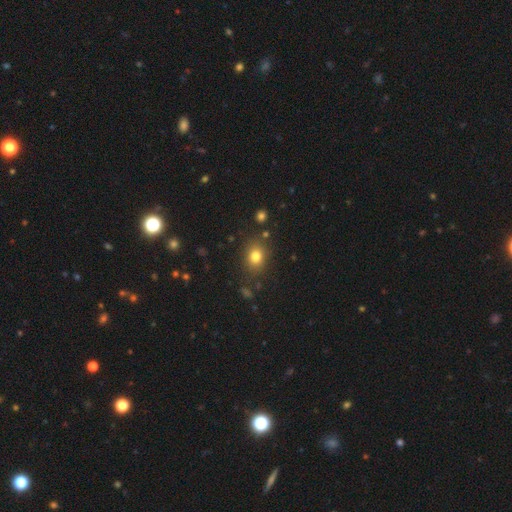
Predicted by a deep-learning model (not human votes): Overall: smooth (80%). How rounded: round (56%; in between 43%). Merging: none (83%).